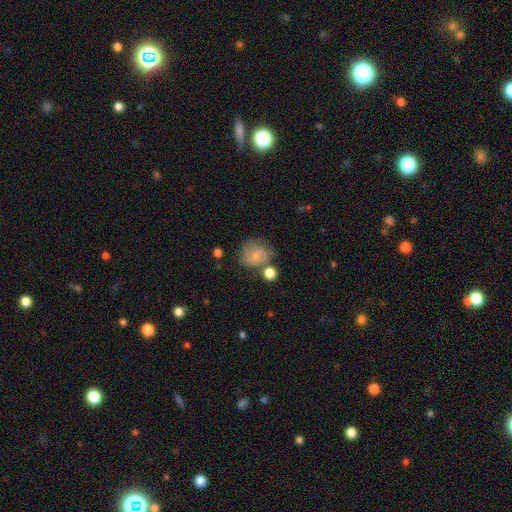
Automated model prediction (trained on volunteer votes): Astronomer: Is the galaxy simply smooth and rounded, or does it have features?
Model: smooth — 47% (runner-up: featured or disk, 43%).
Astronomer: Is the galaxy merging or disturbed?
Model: none — 55%.